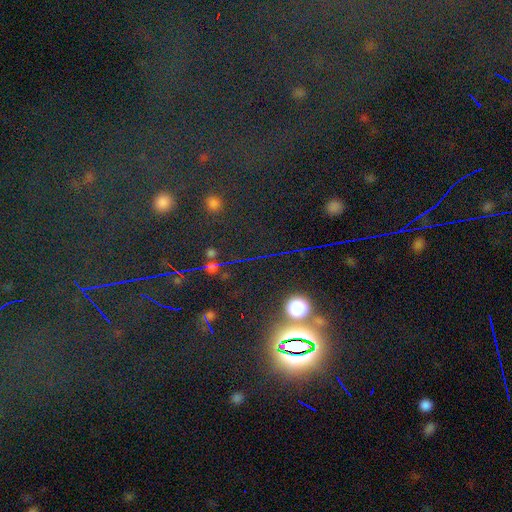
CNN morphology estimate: The model was most divided on "smooth or featured": star or artifact: 78%, smooth: 14%, featured or disk: 8%.